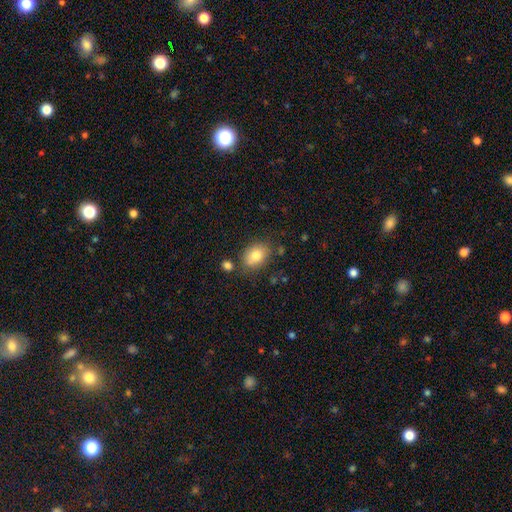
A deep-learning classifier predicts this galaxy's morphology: A smooth galaxy with no disk features (81%) that is in between round and cigar-shaped (75%).

Vote fractions:
- Smooth or featured? smooth: 81% / featured or disk: 11% / star or artifact: 8%
- How rounded? in between: 75% / round: 24% / cigar-shaped: 1%
- Merging? none: 74% / minor disturbance: 16% / merger: 6% / major disturbance: 4%